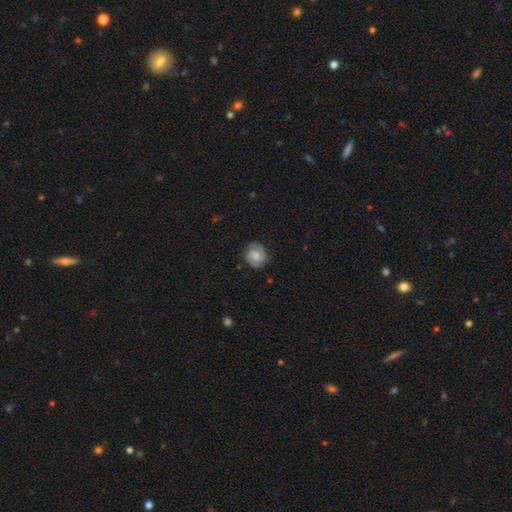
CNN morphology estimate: A featured or disk galaxy (50%).

Vote fractions:
- Smooth or featured? featured or disk: 50% / smooth: 42% / star or artifact: 8%
- Merging? none: 80% / minor disturbance: 15% / major disturbance: 4% / merger: 1%